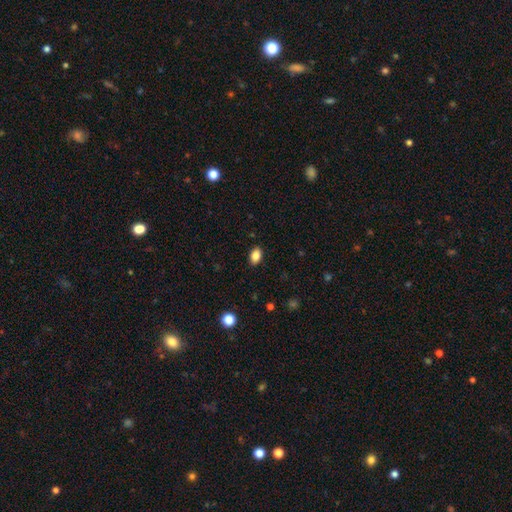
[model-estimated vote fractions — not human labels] Q: Smooth or featured?
A: smooth (86%); runner-up: star or artifact (9%)
Q: How rounded?
A: in between (85%); runner-up: round (13%)
Q: Merging?
A: none (88%); runner-up: minor disturbance (9%)